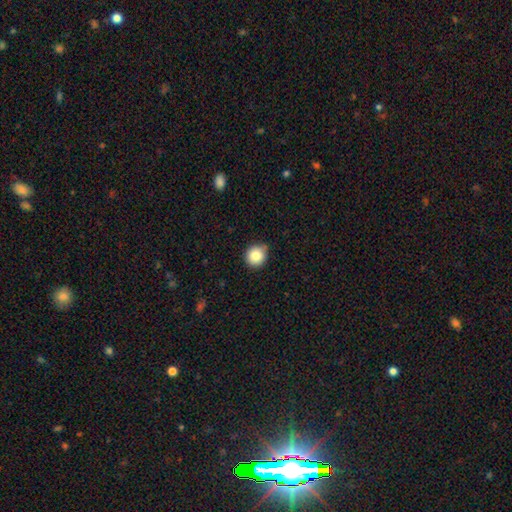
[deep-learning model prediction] Smooth or featured? Predicted: smooth (p=0.86). How rounded? Predicted: round (p=0.91). Merging? Predicted: none (p=0.83).